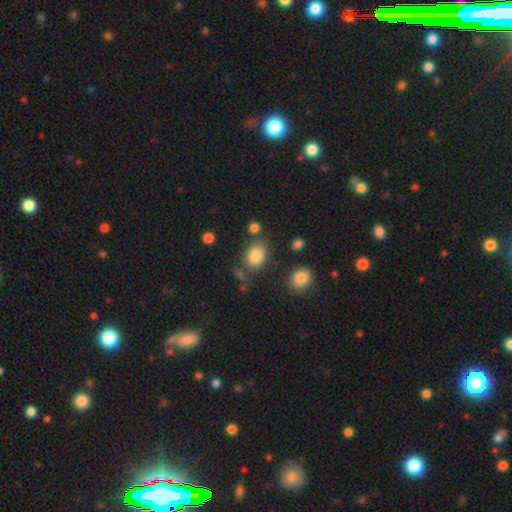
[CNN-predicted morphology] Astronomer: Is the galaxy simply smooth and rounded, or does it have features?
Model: smooth — 83%.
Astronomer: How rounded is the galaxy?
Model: in between — 58% (runner-up: round, 41%).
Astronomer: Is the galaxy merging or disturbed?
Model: none — 71%.